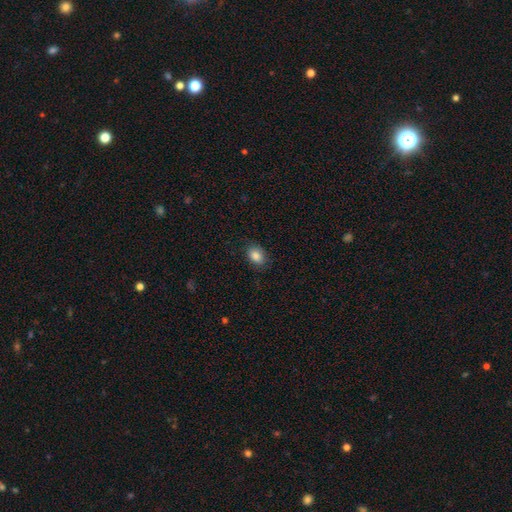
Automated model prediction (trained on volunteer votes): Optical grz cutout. It shows a smooth galaxy with no disk features (86%) that is in between round and cigar-shaped (70%). Merging: none (85%).